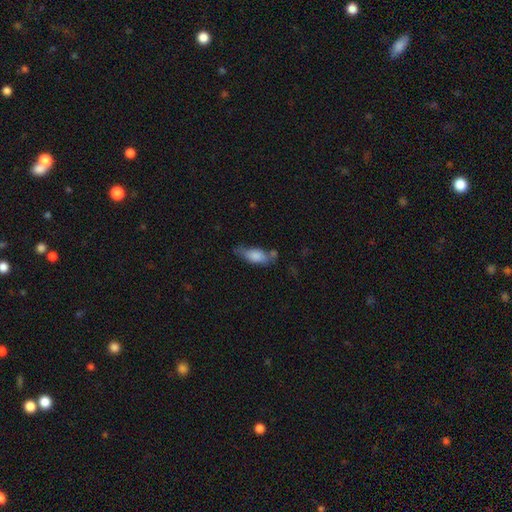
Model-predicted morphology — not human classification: This appears to be a smooth galaxy with no disk features (77%) that is in between round and cigar-shaped (76%). Merging: none (46%).